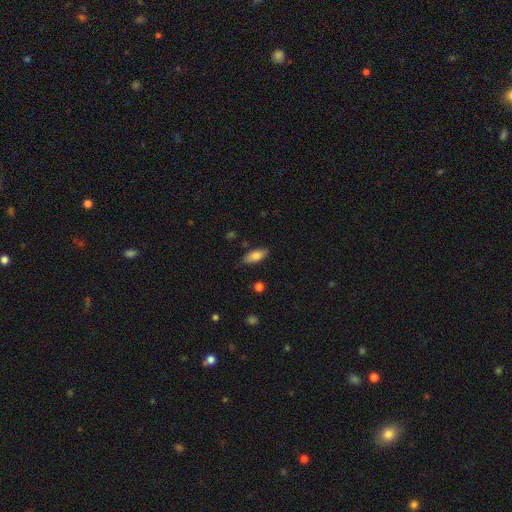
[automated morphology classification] smooth 81%, featured or disk 13%, star or artifact 7%. Down the decision tree: how rounded — in between (80%); merging — none (82%).